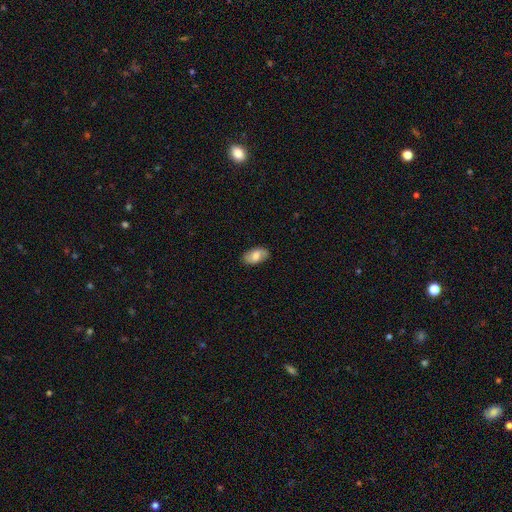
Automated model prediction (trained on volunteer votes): The model was most divided on "smooth or featured": smooth: 66%, featured or disk: 27%, star or artifact: 7%. More confident: how rounded — in between (93%); merging — none (85%).